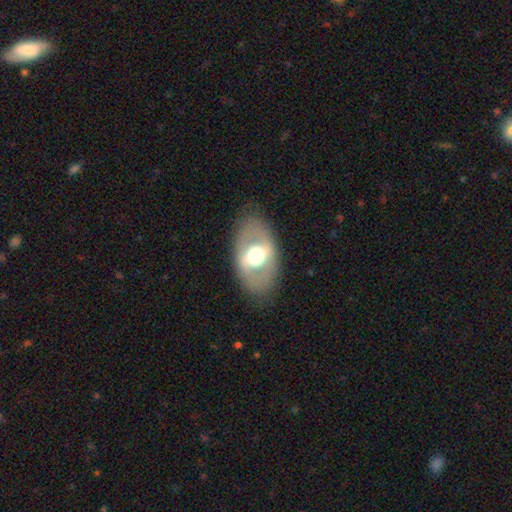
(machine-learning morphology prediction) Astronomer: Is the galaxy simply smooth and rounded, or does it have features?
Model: featured or disk — 55% (runner-up: smooth, 38%).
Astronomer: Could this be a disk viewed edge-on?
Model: no — 88%.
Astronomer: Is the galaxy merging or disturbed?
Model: none — 80%.